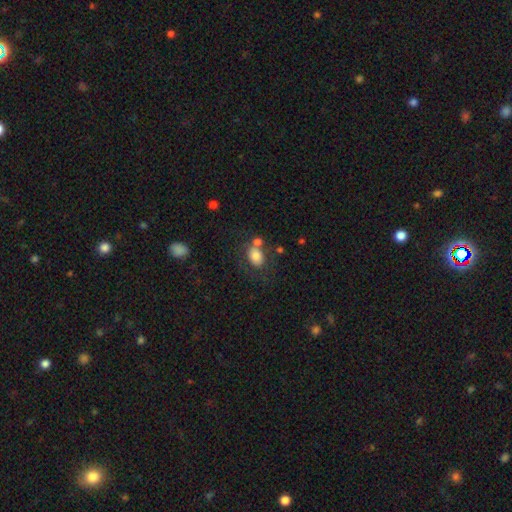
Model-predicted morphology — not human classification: Smooth or featured: smooth — 76% (featured or disk — 14%)
How rounded: in between — 69% (round — 30%)
Merging: none — 47% (merger — 25%)